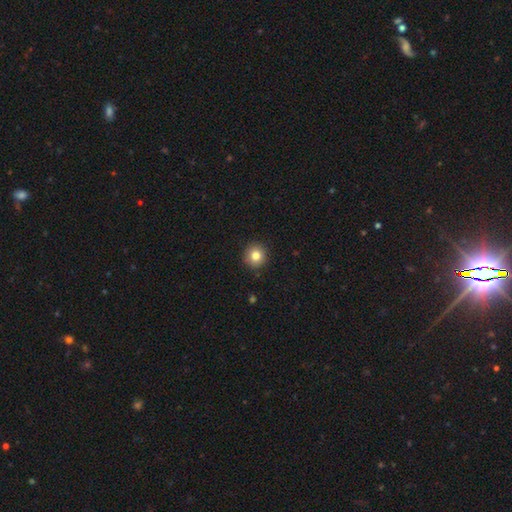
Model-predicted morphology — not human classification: smooth-or-featured: smooth: 81% | star or artifact: 11% | featured or disk: 8%
  how-rounded: round: 93% | in between: 6% | cigar-shaped: 1%
  merging: none: 91% | minor disturbance: 6% | major disturbance: 2% | merger: 1%